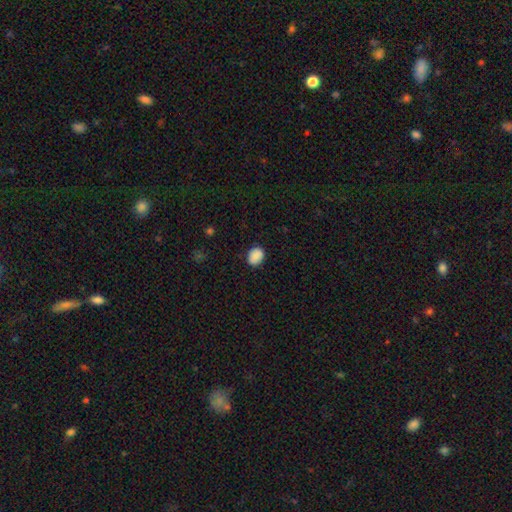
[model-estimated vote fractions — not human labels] This appears to be a smooth galaxy with no disk features (87%) that is in between round and cigar-shaped (54%). Merging: none (83%).